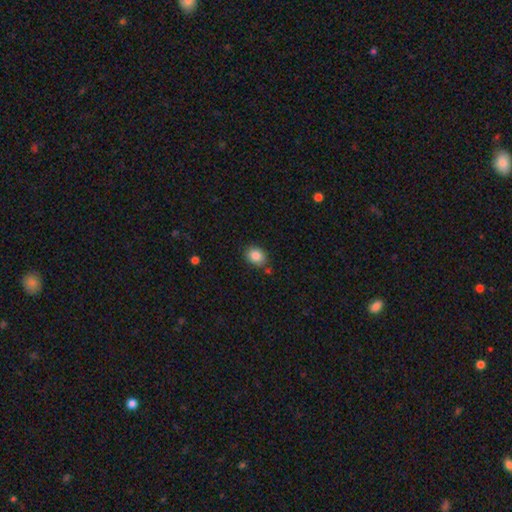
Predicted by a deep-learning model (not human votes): smooth_or_featured: smooth (p=0.86) [alt: star or artifact p=0.09]
how_rounded: in between (p=0.56) [alt: round p=0.43]
merging: none (p=0.78) [alt: minor disturbance p=0.14]